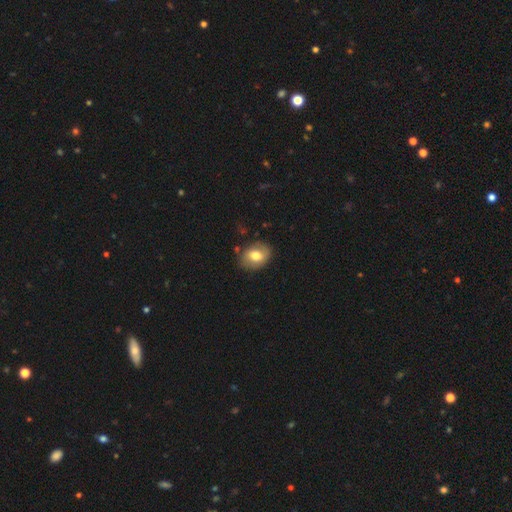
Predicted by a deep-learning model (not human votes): This is likely a smooth galaxy (67%). How rounded: likely in between (66%). Merging: likely none (79%).